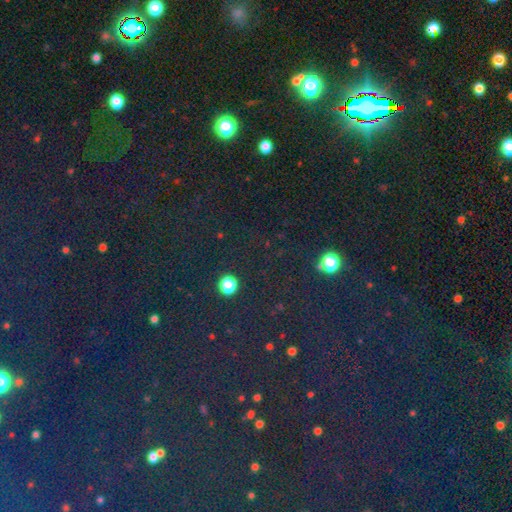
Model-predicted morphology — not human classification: Smooth or featured?
  - star or artifact: 78% *
  - smooth: 15%
  - featured or disk: 7%